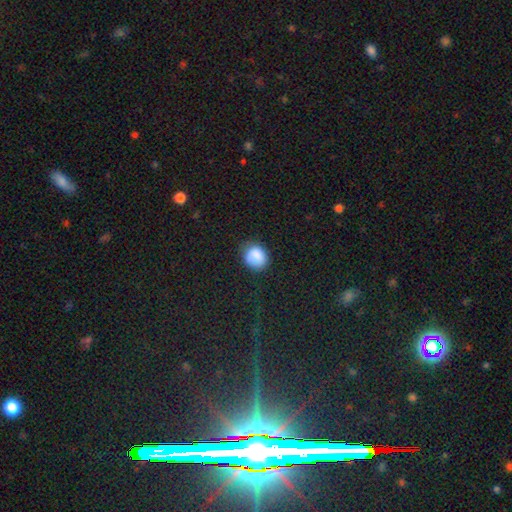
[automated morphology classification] smooth-or-featured: smooth: 86% | star or artifact: 9% | featured or disk: 5%
  how-rounded: round: 71% | in between: 28% | cigar-shaped: 1%
  merging: none: 73% | minor disturbance: 20% | major disturbance: 5% | merger: 1%